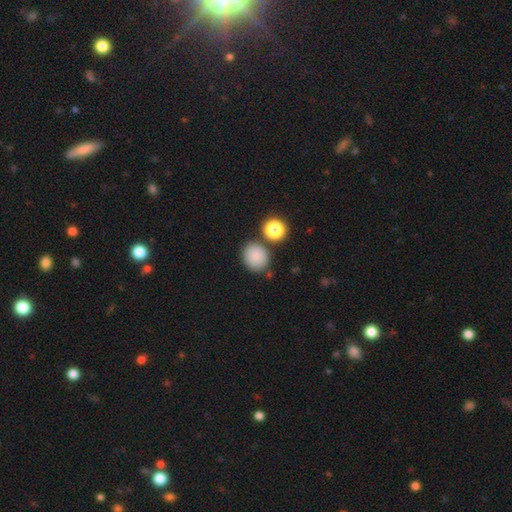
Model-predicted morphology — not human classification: smooth_or_featured: smooth (p=0.85) [alt: star or artifact p=0.10]
how_rounded: round (p=0.74) [alt: in between p=0.25]
merging: none (p=0.75) [alt: minor disturbance p=0.12]